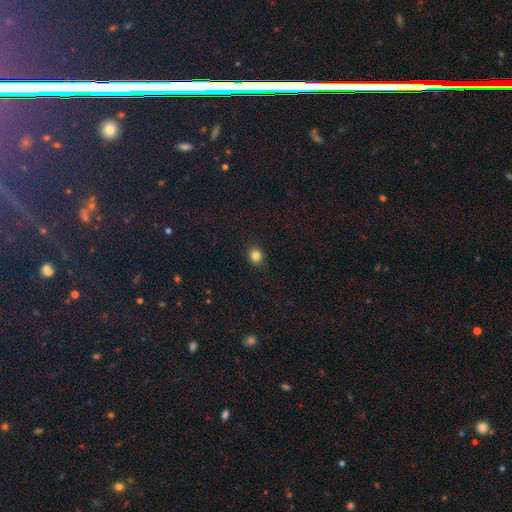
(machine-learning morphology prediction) Q: Smooth or featured?
A: smooth (83%); runner-up: star or artifact (12%)
Q: How rounded?
A: round (73%); runner-up: in between (26%)
Q: Merging?
A: none (90%); runner-up: minor disturbance (7%)